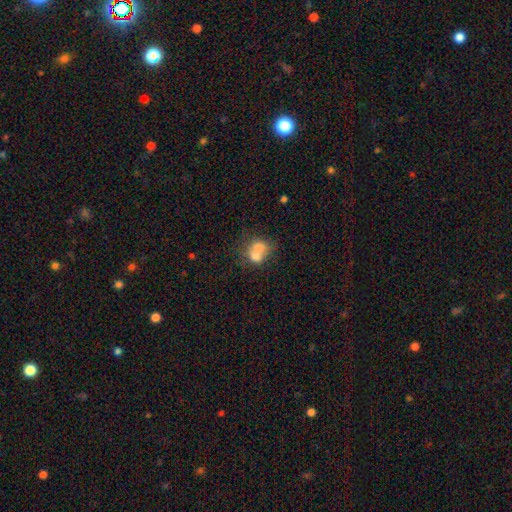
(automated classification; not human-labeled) Q: Smooth or featured?
A: smooth (66%); runner-up: featured or disk (24%)
Q: How rounded?
A: round (57%); runner-up: in between (41%)
Q: Merging?
A: merger (64%); runner-up: none (23%)